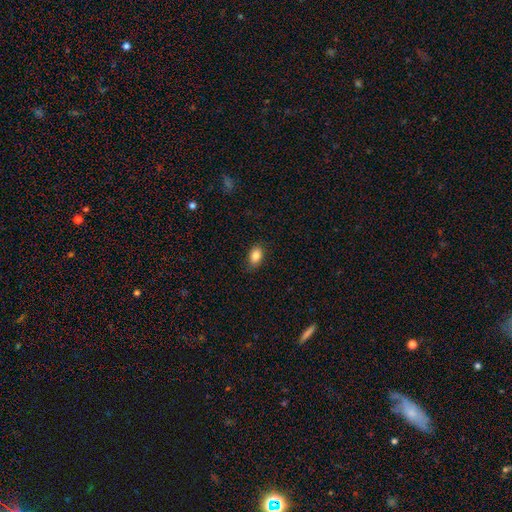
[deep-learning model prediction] Q: Smooth or featured?
A: smooth (86%); runner-up: star or artifact (8%)
Q: How rounded?
A: in between (86%); runner-up: round (12%)
Q: Merging?
A: none (83%); runner-up: minor disturbance (13%)